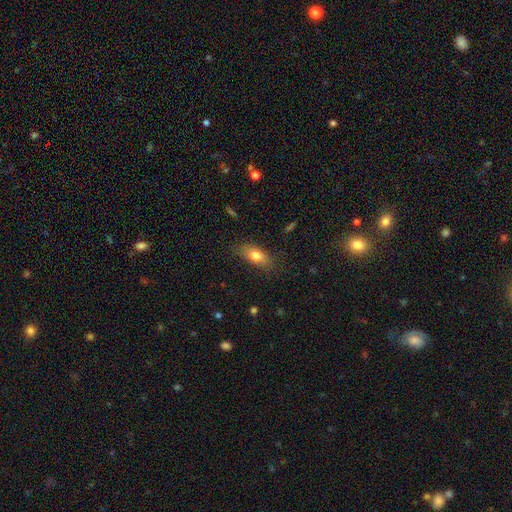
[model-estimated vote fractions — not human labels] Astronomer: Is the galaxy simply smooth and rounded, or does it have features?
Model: smooth — 75%.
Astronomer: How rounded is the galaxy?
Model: in between — 80%.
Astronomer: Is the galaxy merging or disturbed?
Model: none — 80%.